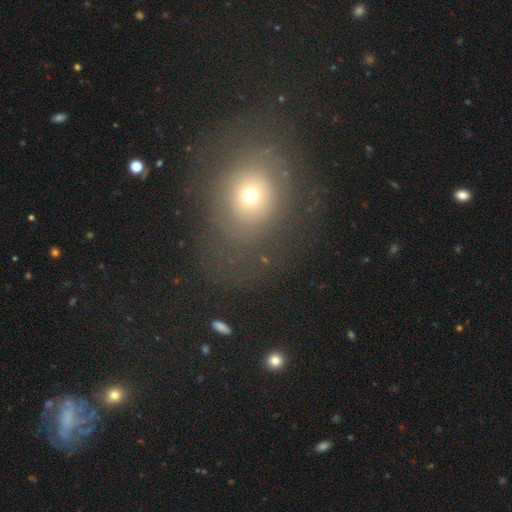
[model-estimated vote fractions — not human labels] Smooth or featured? smooth (49%)
Merging? none (71%)